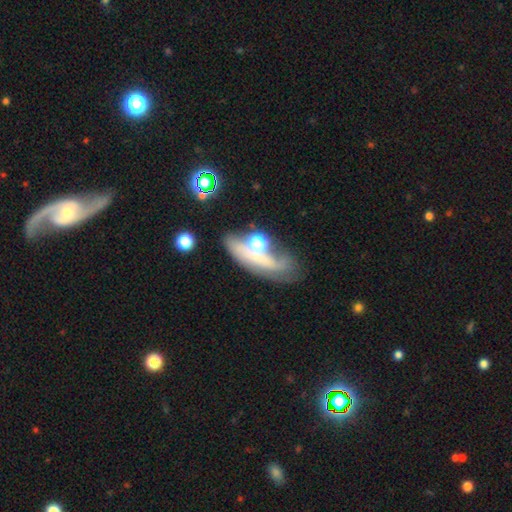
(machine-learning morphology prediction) A featured or disk galaxy (42%).

Vote fractions:
- Smooth or featured? featured or disk: 42% / smooth: 41% / star or artifact: 17%
- Merging? none: 39% / major disturbance: 23% / minor disturbance: 21% / merger: 16%